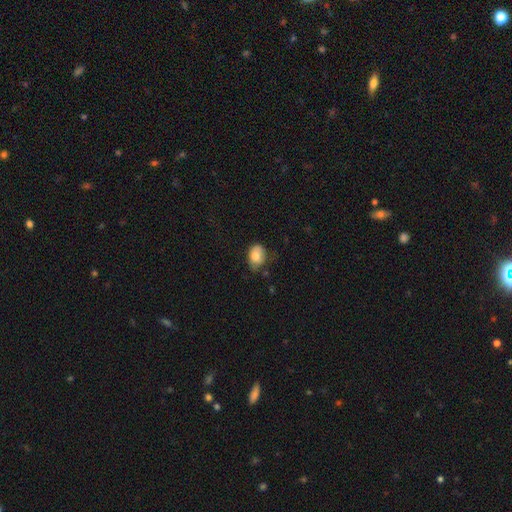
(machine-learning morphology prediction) A smooth galaxy with no disk features (80%) that is in between round and cigar-shaped (74%). Merging: none (52%).